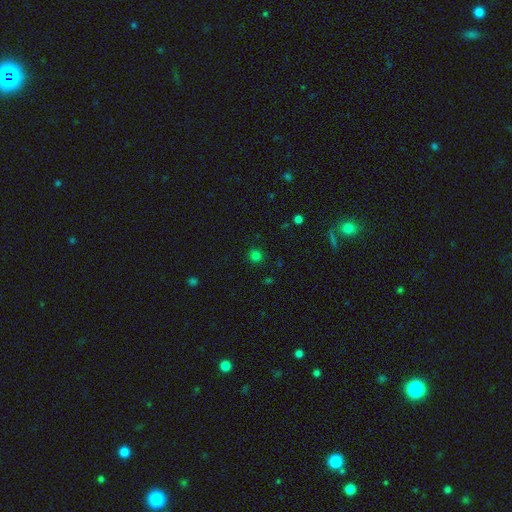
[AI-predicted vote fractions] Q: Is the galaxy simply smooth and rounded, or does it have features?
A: smooth — 78%.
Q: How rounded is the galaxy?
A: round — 92%.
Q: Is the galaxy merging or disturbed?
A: none — 90%.